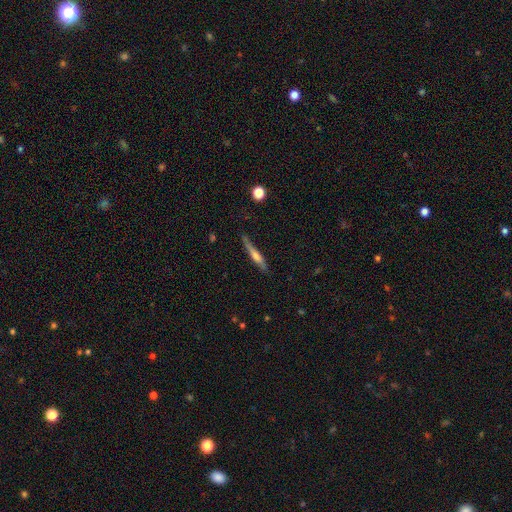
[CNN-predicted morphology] Smooth or featured? Predicted: featured or disk (p=0.49). Merging? Predicted: none (p=0.74).